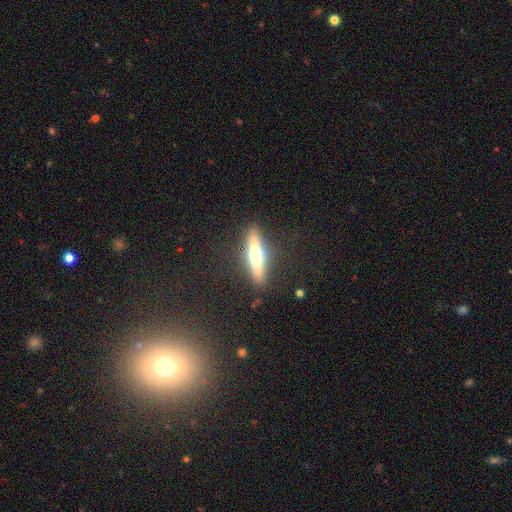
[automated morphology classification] The model was most divided on "smooth or featured": featured or disk: 60%, smooth: 33%, star or artifact: 7%. More confident: edge-on disk — yes (94%); merging — none (88%); edge-on bulge — rounded (87%).